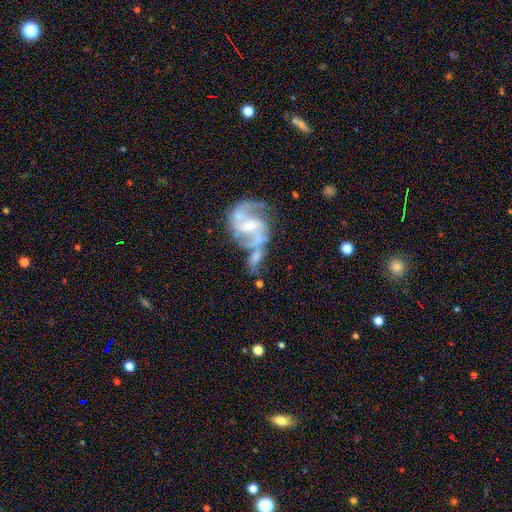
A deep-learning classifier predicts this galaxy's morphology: type=featured or disk (84%); edge-on=no (97%); bar=weak (47%); spiral arms=yes (93%); winding=medium (49%); arm count=2 (87%); bulge=small (49%); merging=none (40%).